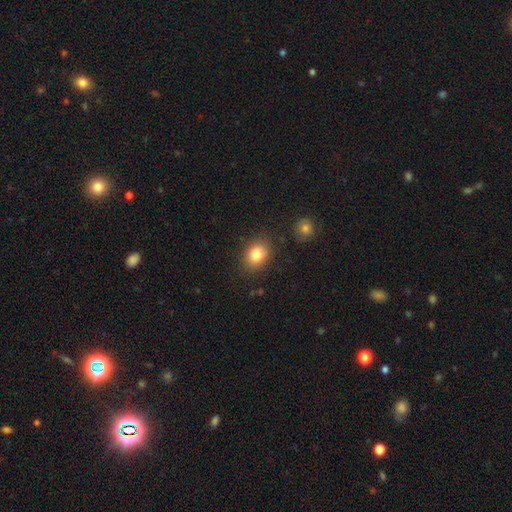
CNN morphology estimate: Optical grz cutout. It shows a smooth galaxy with no disk features (83%) that is in between round and cigar-shaped (55%). Merging: none (82%).